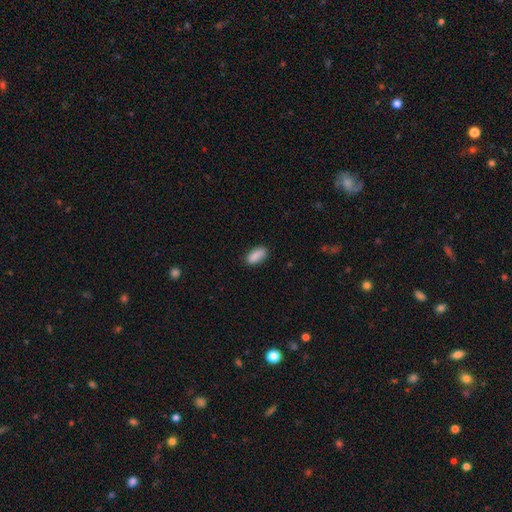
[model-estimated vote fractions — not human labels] This appears to be a smooth galaxy with no disk features (88%) that is in between round and cigar-shaped (82%). Merging: none (83%).